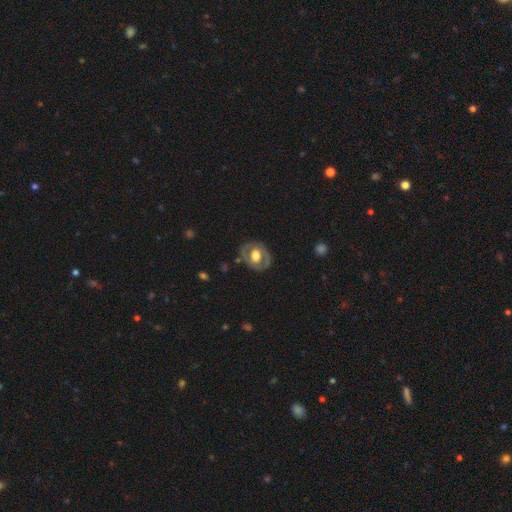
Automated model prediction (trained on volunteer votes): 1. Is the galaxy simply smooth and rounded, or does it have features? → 57% featured or disk, 37% smooth, 6% star or artifact.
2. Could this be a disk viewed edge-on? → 94% no, 6% yes.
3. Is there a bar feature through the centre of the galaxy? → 68% no, 24% weak, 8% strong.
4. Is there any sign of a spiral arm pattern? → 71% no, 29% yes.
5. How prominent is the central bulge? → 47% large, 44% moderate, 4% small, 3% dominant, 2% none.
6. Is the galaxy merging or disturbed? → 76% none, 16% minor disturbance, 7% major disturbance, 2% merger.